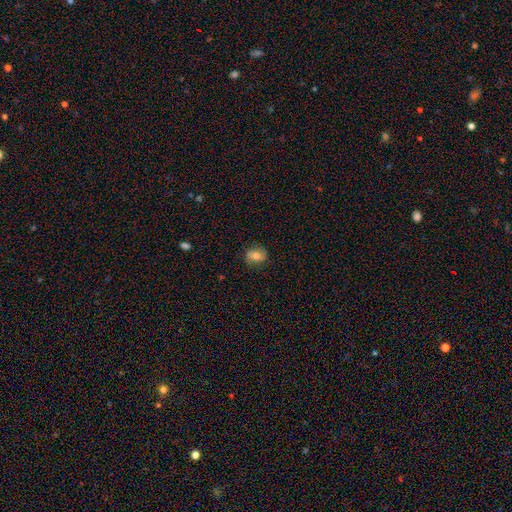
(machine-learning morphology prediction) type=smooth (69%); roundness=in between (55%); merging=none (80%).